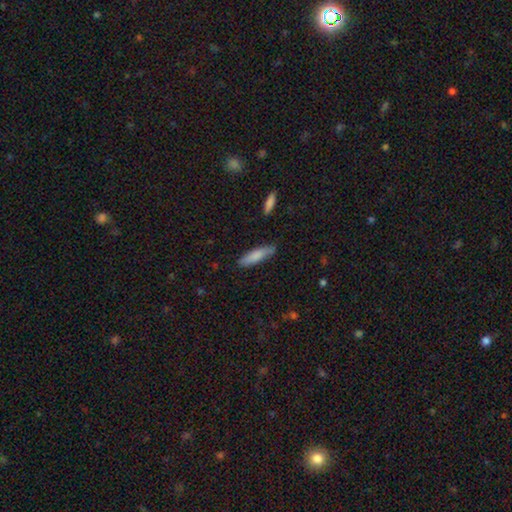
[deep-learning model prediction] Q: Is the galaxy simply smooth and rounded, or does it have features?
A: smooth — 80%.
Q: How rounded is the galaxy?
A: cigar-shaped — 73%.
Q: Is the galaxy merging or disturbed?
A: none — 78%.